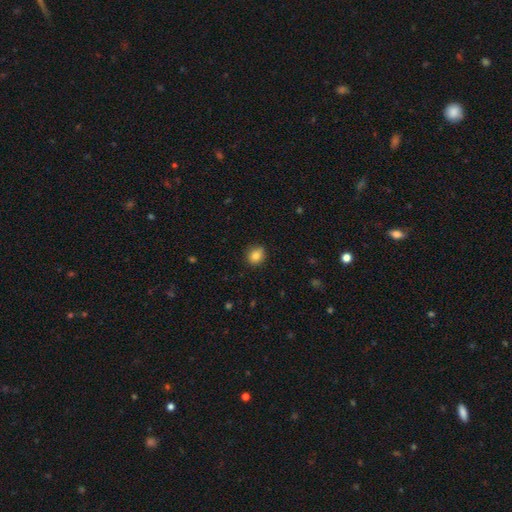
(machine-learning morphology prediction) This appears to be a smooth galaxy with no disk features (84%) that is round (64%). Merging: none (83%).